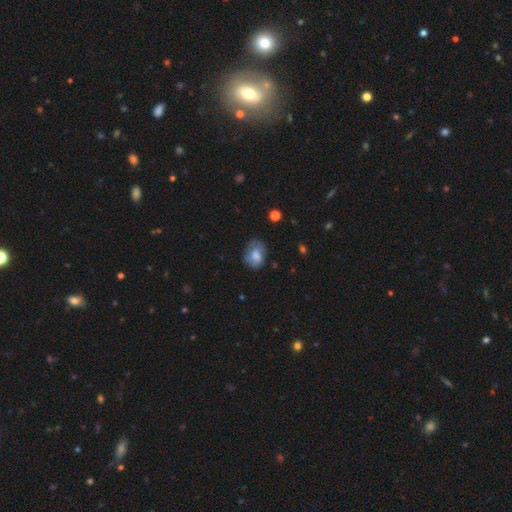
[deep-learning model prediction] A smooth galaxy with no disk features (69%) that is in between round and cigar-shaped (65%). Merging: none (54%).